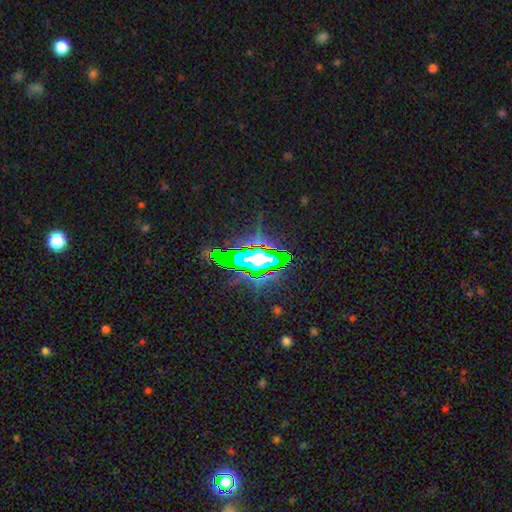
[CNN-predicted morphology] Q: Smooth or featured?
A: star or artifact (68%); runner-up: featured or disk (17%)